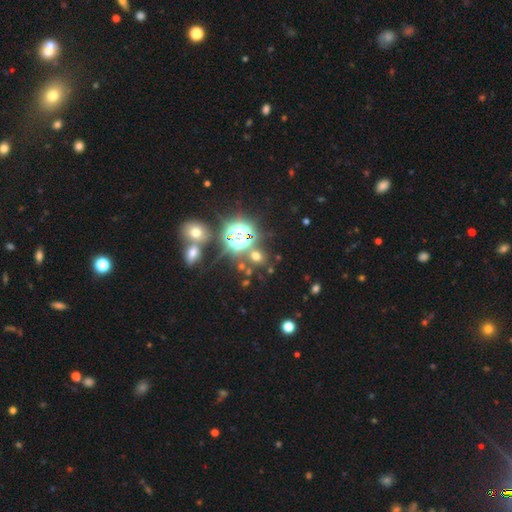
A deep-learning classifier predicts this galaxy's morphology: Smooth or featured? Predicted: smooth (p=0.48). Merging? Predicted: none (p=0.74).